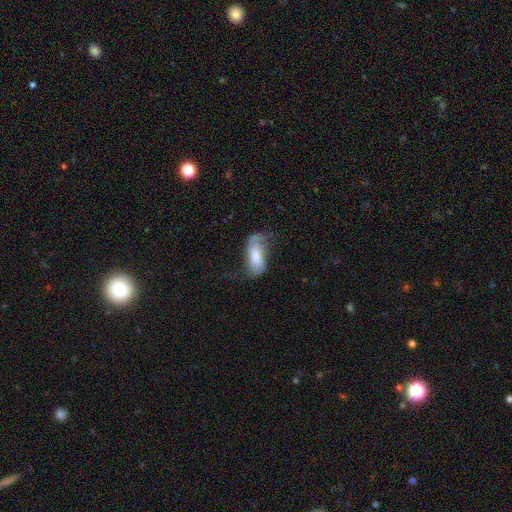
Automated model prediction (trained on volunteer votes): Overall: featured or disk (47%; smooth 45%). Merging: none (47%; minor disturbance 27%).